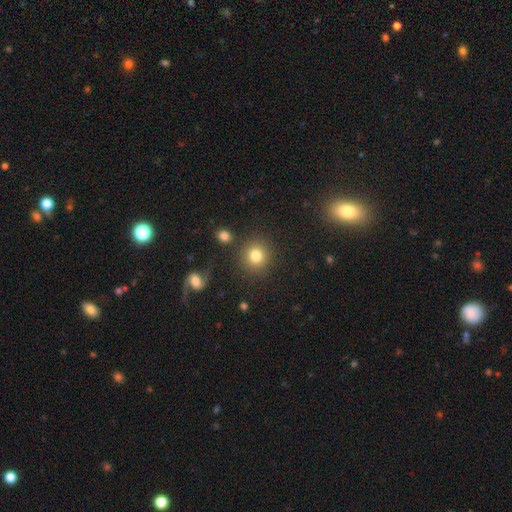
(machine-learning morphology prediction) Smooth or featured?
  - smooth: 81% *
  - star or artifact: 11%
  - featured or disk: 8%
How rounded?
  - round: 90% *
  - in between: 9%
  - cigar-shaped: 1%
Merging?
  - none: 85% *
  - minor disturbance: 7%
  - merger: 4%
  - major disturbance: 4%